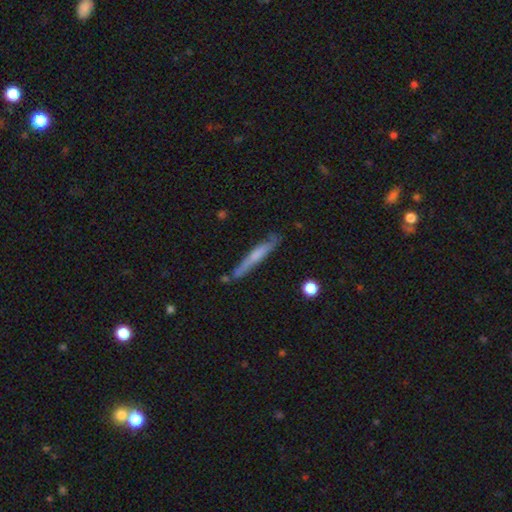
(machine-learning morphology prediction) This is possibly a smooth galaxy (52%). How rounded: clearly cigar-shaped (94%). Merging: likely none (75%).